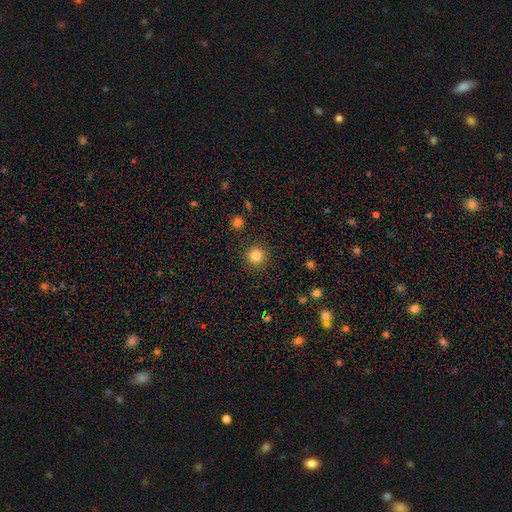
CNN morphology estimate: Smooth or featured: smooth — 83% (star or artifact — 12%)
How rounded: round — 94% (in between — 5%)
Merging: none — 90% (minor disturbance — 6%)